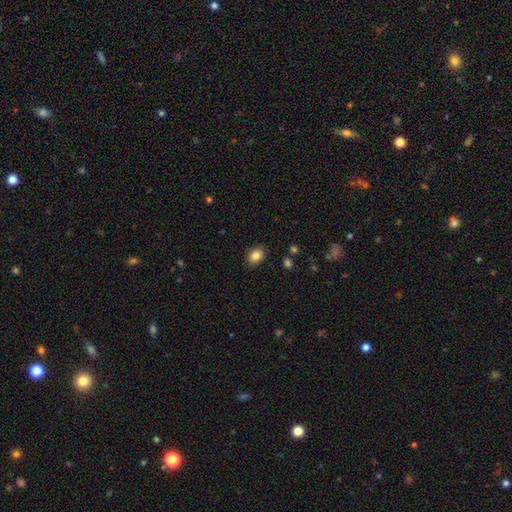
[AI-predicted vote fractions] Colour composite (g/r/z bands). It shows a smooth galaxy with no disk features (86%) that is in between round and cigar-shaped (74%). Merging: none (87%).